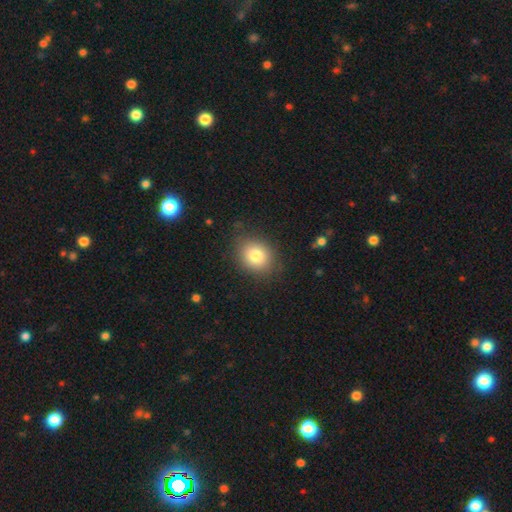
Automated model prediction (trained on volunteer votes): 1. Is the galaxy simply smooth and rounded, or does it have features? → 80% smooth, 10% star or artifact, 10% featured or disk.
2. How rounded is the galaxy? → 64% round, 35% in between, 1% cigar-shaped.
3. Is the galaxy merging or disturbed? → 84% none, 11% minor disturbance, 3% major disturbance, 1% merger.